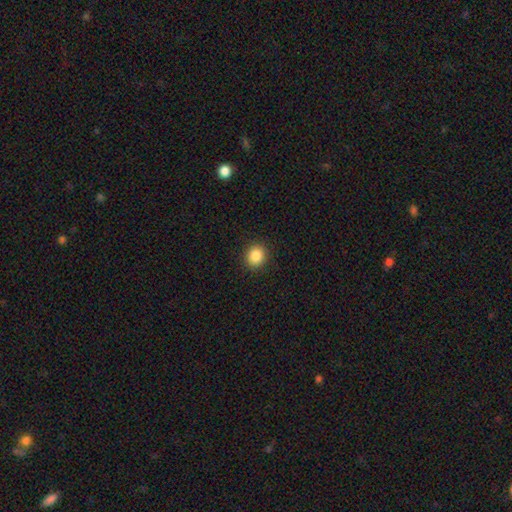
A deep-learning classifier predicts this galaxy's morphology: Smooth or featured?
  - smooth: 86% *
  - star or artifact: 10%
  - featured or disk: 4%
How rounded?
  - round: 81% *
  - in between: 18%
  - cigar-shaped: 1%
Merging?
  - none: 91% *
  - minor disturbance: 6%
  - major disturbance: 2%
  - merger: 1%